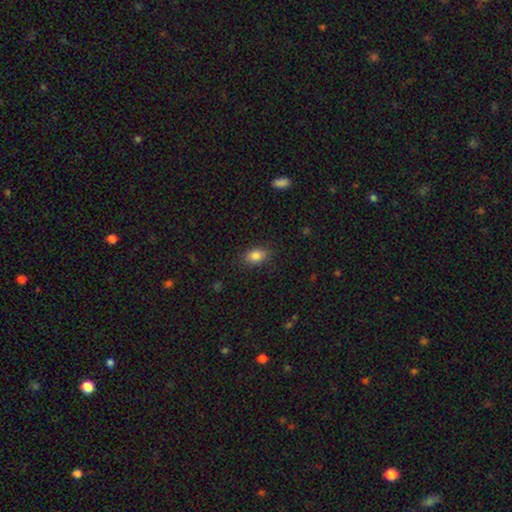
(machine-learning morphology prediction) Smooth or featured? Predicted: smooth (p=0.86). How rounded? Predicted: in between (p=0.83). Merging? Predicted: none (p=0.84).